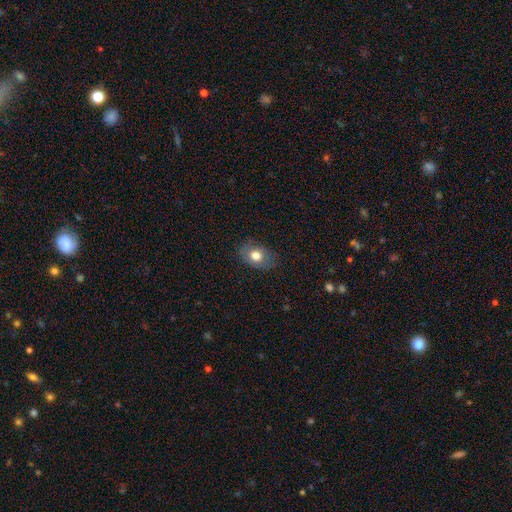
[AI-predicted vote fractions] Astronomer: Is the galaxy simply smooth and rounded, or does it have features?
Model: smooth — 74%.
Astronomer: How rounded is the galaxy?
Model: in between — 73%.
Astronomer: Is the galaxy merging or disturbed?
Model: none — 78%.